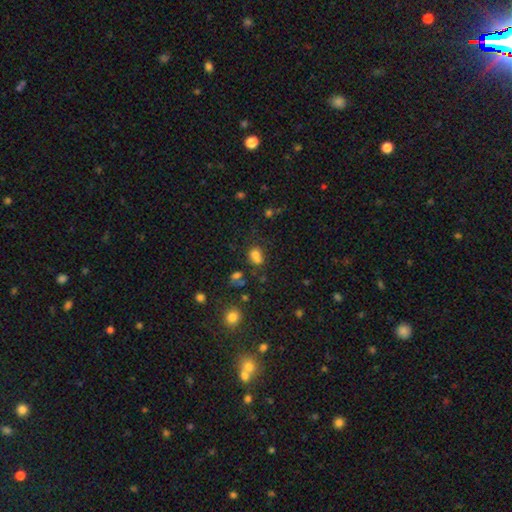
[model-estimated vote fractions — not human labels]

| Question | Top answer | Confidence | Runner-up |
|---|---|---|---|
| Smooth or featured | smooth | 72% | star or artifact (17%) |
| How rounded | round | 53% | in between (46%) |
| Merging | merger | 41% | none (37%) |